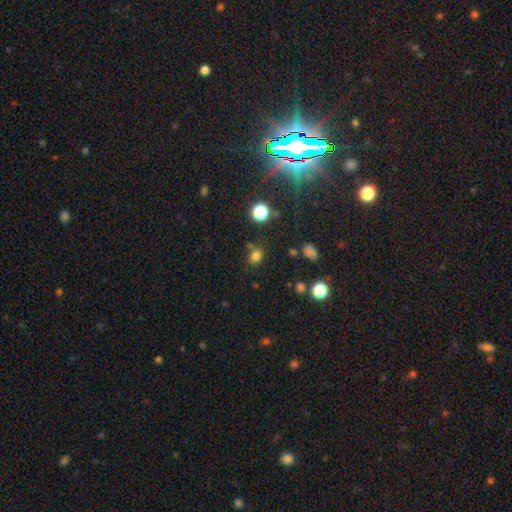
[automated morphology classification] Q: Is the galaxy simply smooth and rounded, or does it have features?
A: smooth — 74%.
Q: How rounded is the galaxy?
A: round — 60%.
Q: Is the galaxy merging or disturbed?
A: none — 73%.